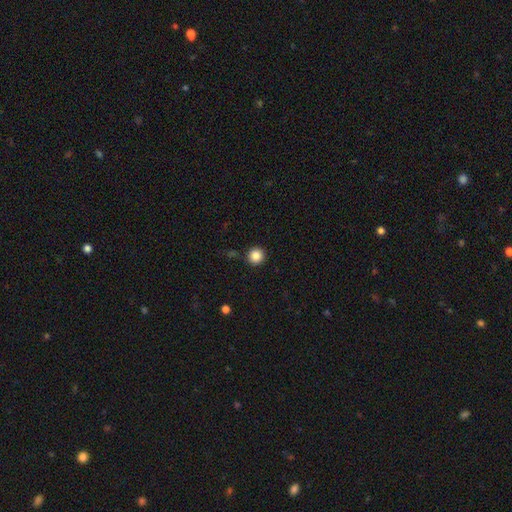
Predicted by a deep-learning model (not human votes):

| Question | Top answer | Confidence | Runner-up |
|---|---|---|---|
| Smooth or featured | smooth | 85% | star or artifact (10%) |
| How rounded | round | 95% | in between (4%) |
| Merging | none | 91% | minor disturbance (5%) |